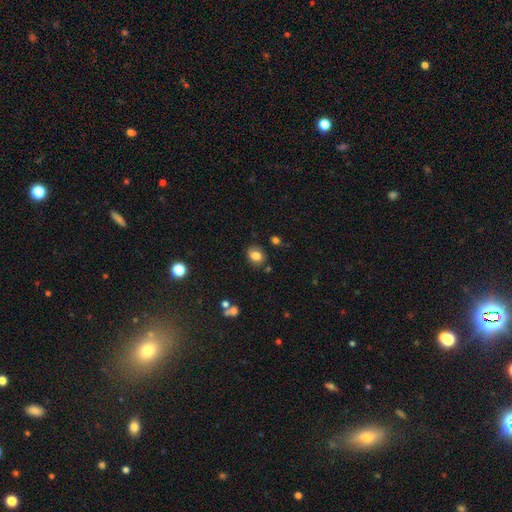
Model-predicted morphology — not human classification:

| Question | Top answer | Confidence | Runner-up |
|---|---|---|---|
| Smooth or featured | smooth | 80% | star or artifact (10%) |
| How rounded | round | 52% | in between (47%) |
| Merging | none | 81% | minor disturbance (12%) |